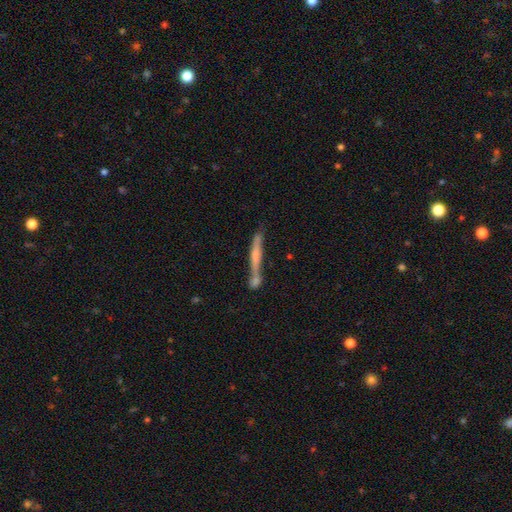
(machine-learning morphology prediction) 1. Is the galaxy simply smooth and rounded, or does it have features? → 51% featured or disk, 42% smooth, 7% star or artifact.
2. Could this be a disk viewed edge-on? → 90% yes, 10% no.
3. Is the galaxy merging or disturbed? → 49% none, 31% merger, 14% minor disturbance, 6% major disturbance.